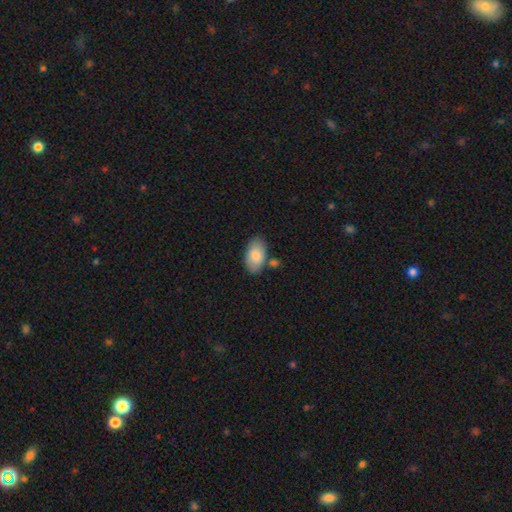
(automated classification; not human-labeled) Smooth or featured? Predicted: smooth (p=0.83). How rounded? Predicted: in between (p=0.94). Merging? Predicted: none (p=0.74).